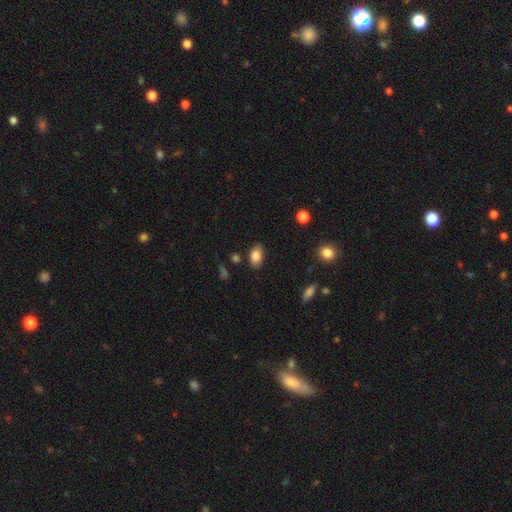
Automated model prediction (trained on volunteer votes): smooth 85%, star or artifact 8%, featured or disk 7%. Down the decision tree: how rounded — in between (88%); merging — none (83%).